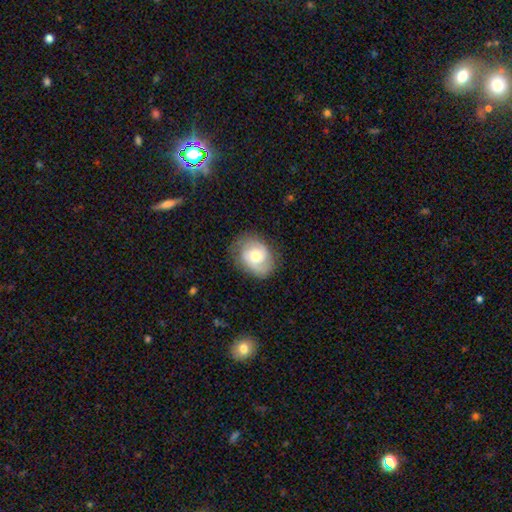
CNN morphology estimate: Q: Smooth or featured?
A: featured or disk (55%); runner-up: smooth (38%)
Q: Edge-on disk?
A: no (97%); runner-up: yes (3%)
Q: Bar?
A: no (65%); runner-up: weak (29%)
Q: Spiral arms?
A: yes (82%); runner-up: no (18%)
Q: Bulge size?
A: moderate (62%); runner-up: small (29%)
Q: Merging?
A: none (75%); runner-up: minor disturbance (17%)